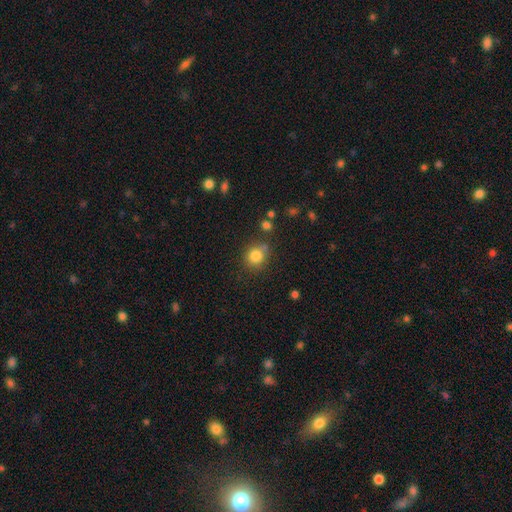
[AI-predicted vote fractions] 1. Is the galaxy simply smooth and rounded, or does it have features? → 82% smooth, 12% star or artifact, 7% featured or disk.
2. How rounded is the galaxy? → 82% round, 17% in between, 1% cigar-shaped.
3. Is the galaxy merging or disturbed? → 72% none, 13% minor disturbance, 10% merger, 4% major disturbance.